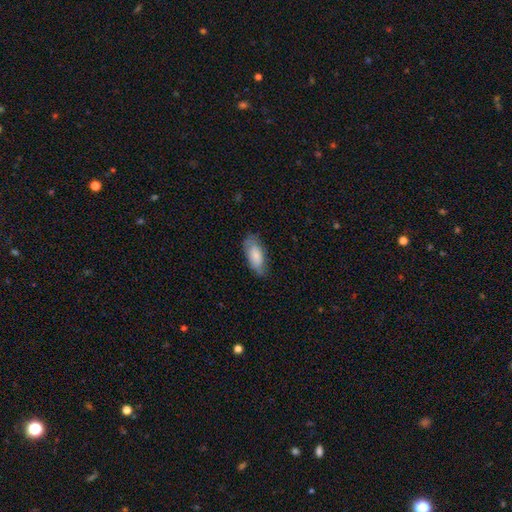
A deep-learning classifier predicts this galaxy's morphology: The model was most divided on "merging": none: 65%, minor disturbance: 27%, major disturbance: 7%, merger: 1%. More confident: how rounded — in between (87%); smooth or featured — smooth (78%).